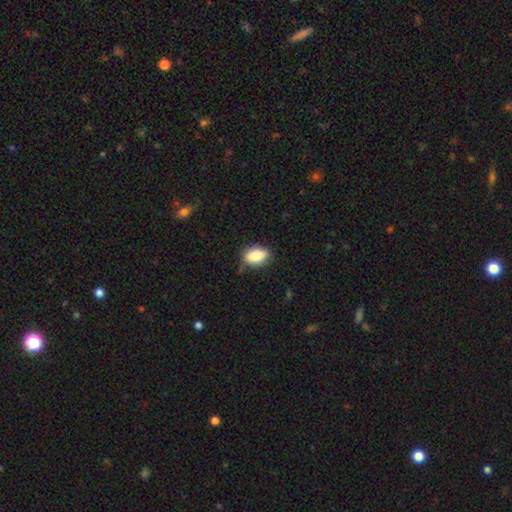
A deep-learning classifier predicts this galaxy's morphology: Smooth or featured?
  - smooth: 86% *
  - star or artifact: 7%
  - featured or disk: 7%
How rounded?
  - in between: 89% *
  - round: 7%
  - cigar-shaped: 5%
Merging?
  - none: 76% *
  - minor disturbance: 18%
  - major disturbance: 4%
  - merger: 2%